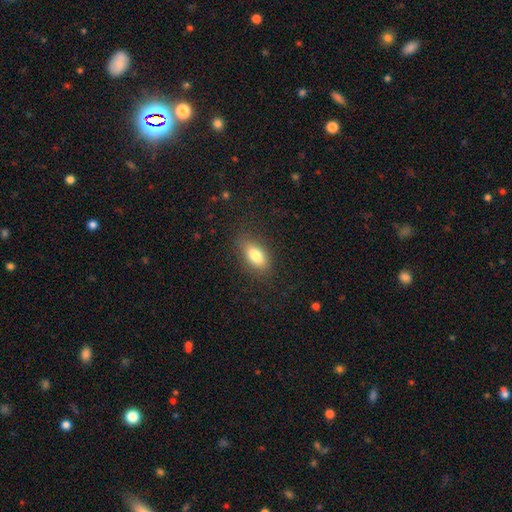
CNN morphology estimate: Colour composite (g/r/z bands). It shows a smooth galaxy with no disk features (80%) that is in between round and cigar-shaped (86%). Merging: none (82%).